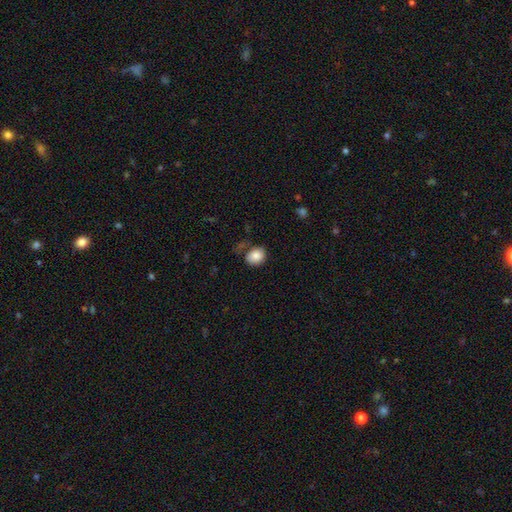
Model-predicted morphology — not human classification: Q: Smooth or featured?
A: smooth (84%); runner-up: star or artifact (8%)
Q: How rounded?
A: round (54%); runner-up: in between (45%)
Q: Merging?
A: none (65%); runner-up: minor disturbance (22%)